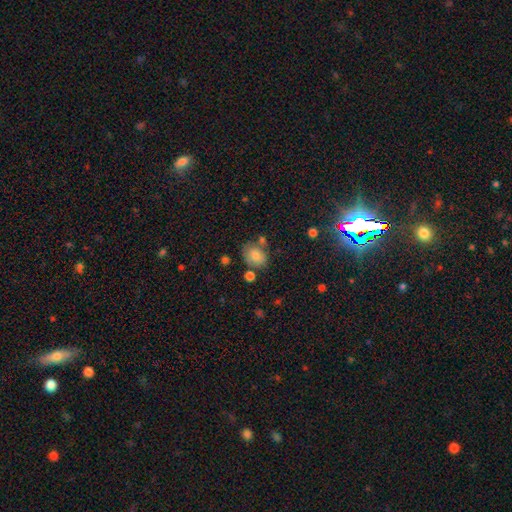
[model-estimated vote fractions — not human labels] Smooth or featured?
  - smooth: 79% *
  - featured or disk: 12%
  - star or artifact: 9%
How rounded?
  - in between: 58% *
  - round: 41%
  - cigar-shaped: 1%
Merging?
  - none: 64% *
  - minor disturbance: 19%
  - merger: 12%
  - major disturbance: 6%